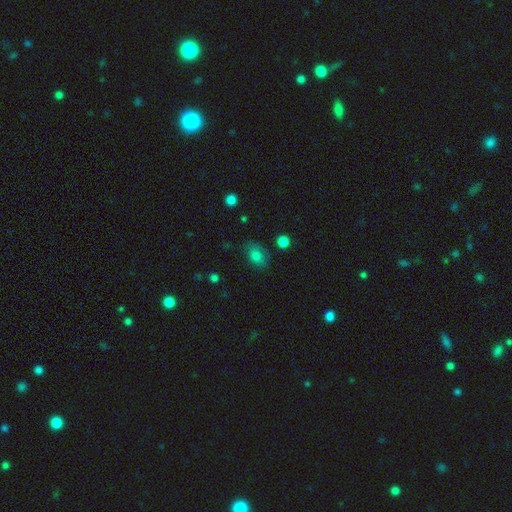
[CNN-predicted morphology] Smooth or featured? smooth (81%)
How rounded? in between (77%)
Merging? none (74%)